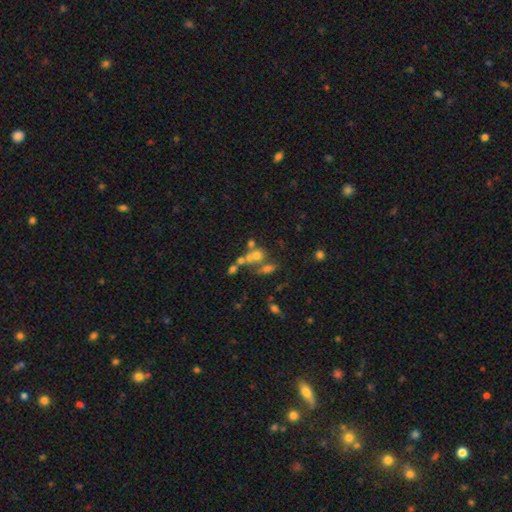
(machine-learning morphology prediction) Smooth or featured? smooth (50%)
How rounded? round (68%)
Merging? merger (46%)